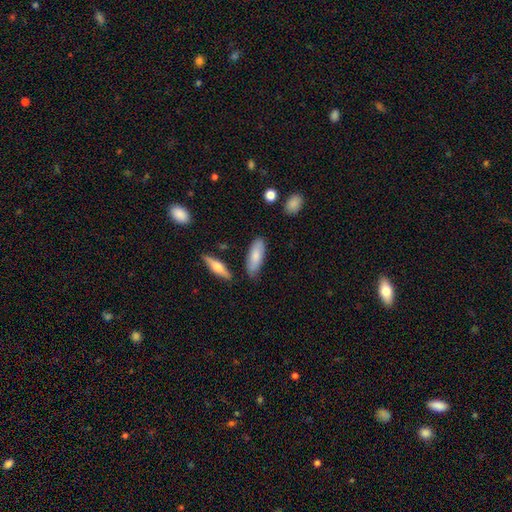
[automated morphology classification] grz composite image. It shows a smooth galaxy with no disk features (76%) that is in between round and cigar-shaped (68%). Merging: none (79%).